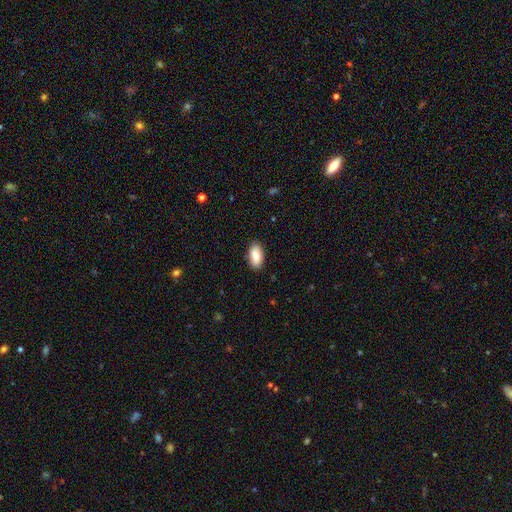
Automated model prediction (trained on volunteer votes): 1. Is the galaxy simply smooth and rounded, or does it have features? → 83% smooth, 10% featured or disk, 6% star or artifact.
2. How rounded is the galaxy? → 92% in between, 5% cigar-shaped, 3% round.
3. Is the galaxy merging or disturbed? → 87% none, 10% minor disturbance, 2% major disturbance, 1% merger.